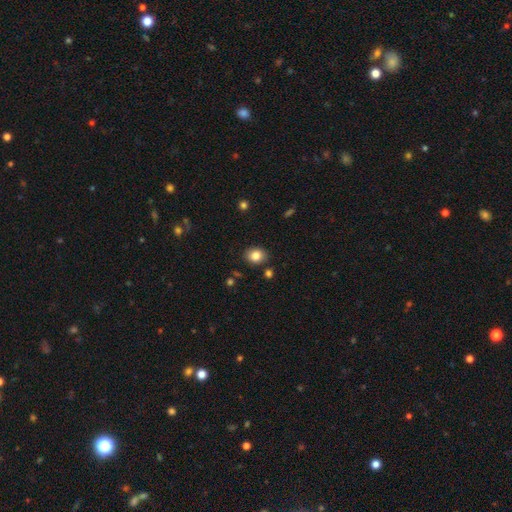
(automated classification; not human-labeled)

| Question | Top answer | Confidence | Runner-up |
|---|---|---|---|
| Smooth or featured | smooth | 84% | star or artifact (10%) |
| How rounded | round | 58% | in between (41%) |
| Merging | none | 86% | minor disturbance (9%) |